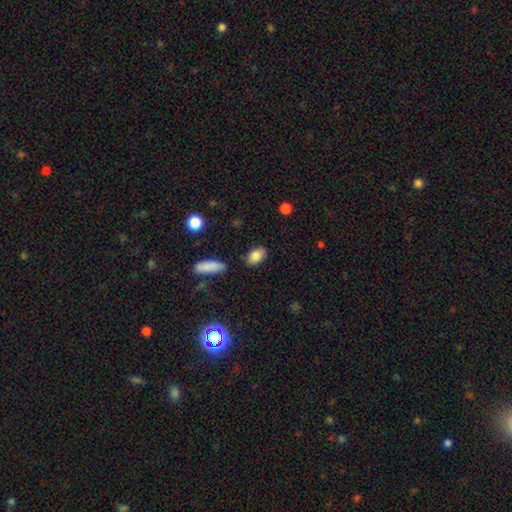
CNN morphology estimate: Smooth or featured?
  - smooth: 84% *
  - star or artifact: 8%
  - featured or disk: 8%
How rounded?
  - in between: 90% *
  - round: 8%
  - cigar-shaped: 3%
Merging?
  - none: 84% *
  - minor disturbance: 11%
  - merger: 3%
  - major disturbance: 3%